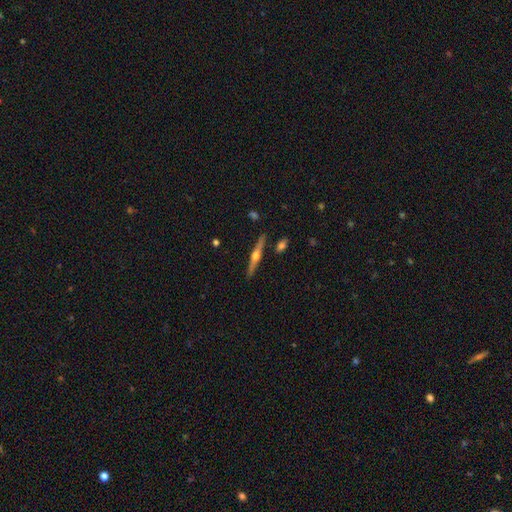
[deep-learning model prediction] A featured or disk galaxy (76%) viewed edge-on (98%) with a rounded central bulge (94%). Merging: none (89%).